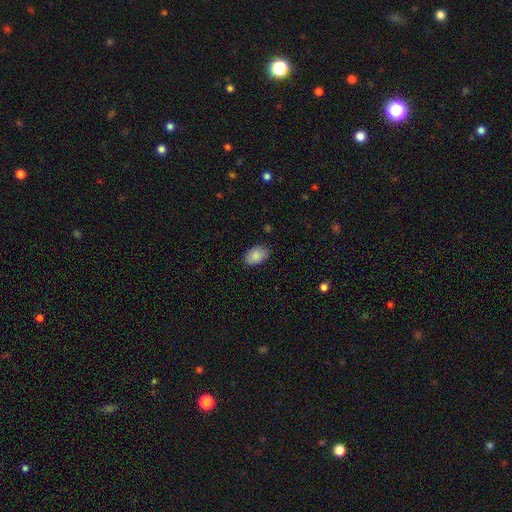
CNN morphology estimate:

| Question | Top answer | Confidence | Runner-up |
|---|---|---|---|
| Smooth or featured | smooth | 87% | star or artifact (7%) |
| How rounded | in between | 89% | round (10%) |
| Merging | none | 86% | minor disturbance (11%) |